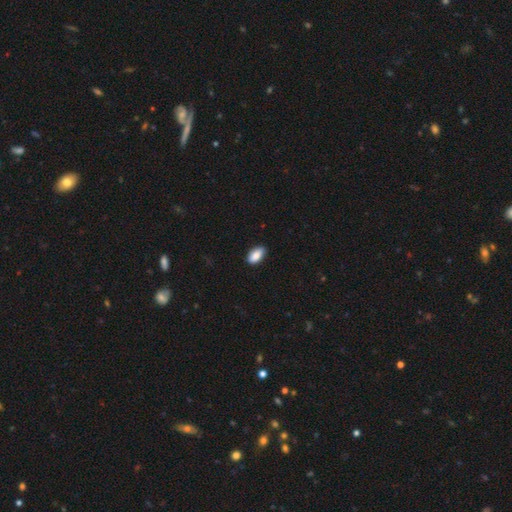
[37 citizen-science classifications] Q: Smooth or featured?
A: smooth (92%); runner-up: star or artifact (5%)
Q: How rounded?
A: in between (88%); runner-up: cigar-shaped (9%)
Q: Merging?
A: none (80%); runner-up: minor disturbance (14%)